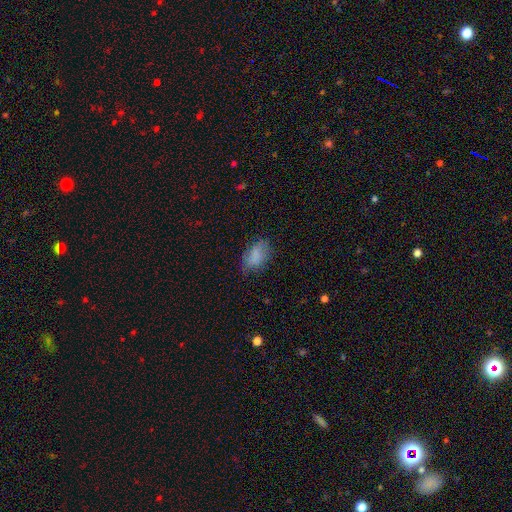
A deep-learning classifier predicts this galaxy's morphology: type=smooth (80%); roundness=in between (90%); merging=none (67%).